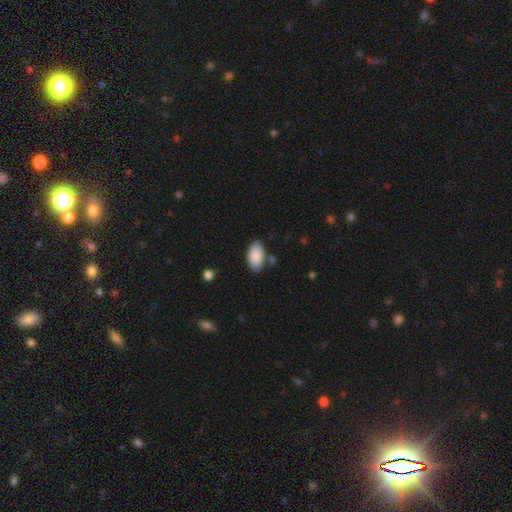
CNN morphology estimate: Smooth or featured?
  - smooth: 89% *
  - star or artifact: 6%
  - featured or disk: 5%
How rounded?
  - in between: 95% *
  - round: 3%
  - cigar-shaped: 2%
Merging?
  - none: 78% *
  - minor disturbance: 13%
  - merger: 6%
  - major disturbance: 3%